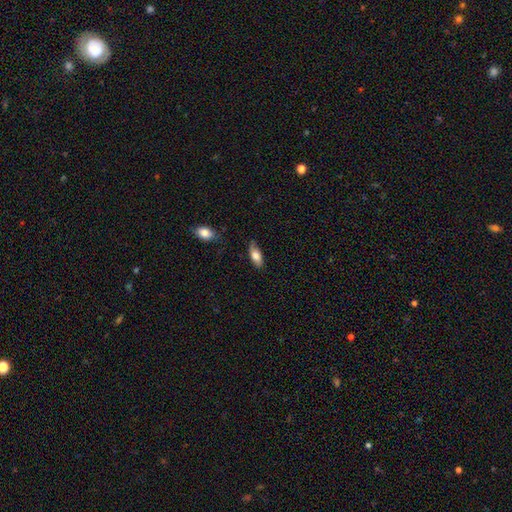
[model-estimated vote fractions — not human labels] Q: Smooth or featured?
A: smooth (76%); runner-up: featured or disk (18%)
Q: How rounded?
A: in between (82%); runner-up: cigar-shaped (15%)
Q: Merging?
A: none (67%); runner-up: minor disturbance (26%)